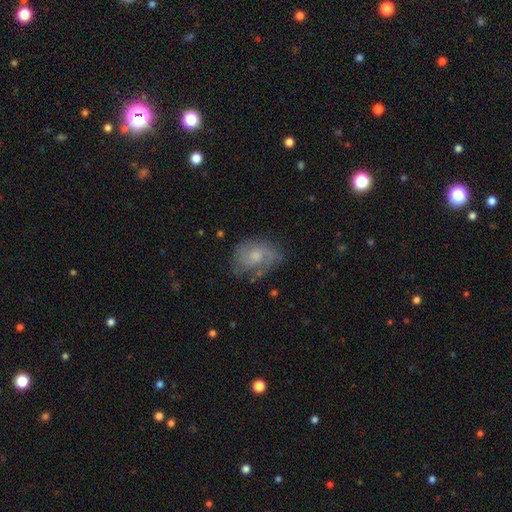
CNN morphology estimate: This appears to be a featured or disk galaxy (65%) with no bar (67%), 2 (56%) medium (45%) spiral arms (87%) and a moderate central bulge (49%). Merging: none (63%).